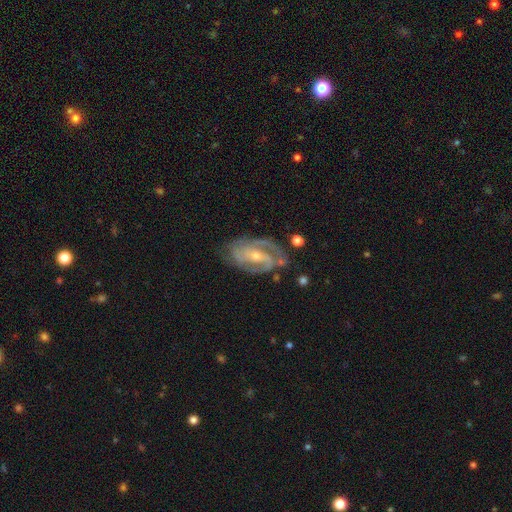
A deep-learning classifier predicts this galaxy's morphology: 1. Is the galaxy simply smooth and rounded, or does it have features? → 89% featured or disk, 6% smooth, 5% star or artifact.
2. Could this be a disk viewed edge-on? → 96% no, 4% yes.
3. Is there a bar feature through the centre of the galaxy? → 42% no, 40% weak, 19% strong.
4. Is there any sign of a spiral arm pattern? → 97% yes, 3% no.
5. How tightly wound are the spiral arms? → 50% tight, 41% medium, 9% loose.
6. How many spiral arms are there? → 66% 2, 16% 3, 9% can't tell, 4% 1, 3% 4, 2% more than 4.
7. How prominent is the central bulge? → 57% small, 40% moderate, 1% none, 1% large, 1% dominant.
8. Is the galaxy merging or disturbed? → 70% none, 20% minor disturbance, 8% major disturbance, 3% merger.